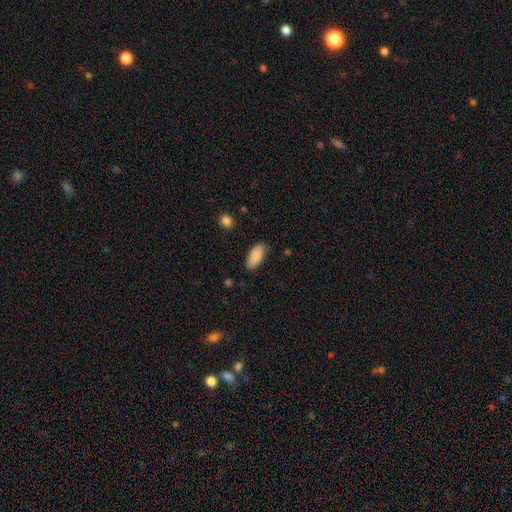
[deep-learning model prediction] A smooth galaxy with no disk features (87%) that is in between round and cigar-shaped (92%).

Vote fractions:
- Smooth or featured? smooth: 87% / featured or disk: 7% / star or artifact: 6%
- How rounded? in between: 92% / cigar-shaped: 7% / round: 2%
- Merging? none: 82% / minor disturbance: 14% / major disturbance: 3% / merger: 1%